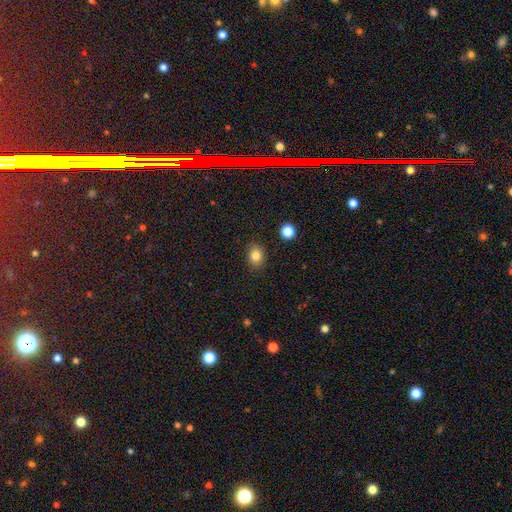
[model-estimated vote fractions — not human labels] The model was most divided on "how rounded": round: 52%, in between: 48%, cigar-shaped: 1%. More confident: merging — none (87%); smooth or featured — smooth (83%).